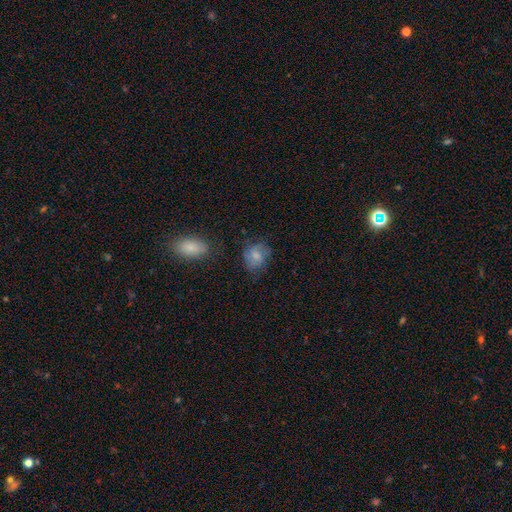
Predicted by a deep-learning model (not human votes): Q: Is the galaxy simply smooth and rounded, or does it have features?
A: smooth — 64%.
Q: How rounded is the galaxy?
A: round — 55%.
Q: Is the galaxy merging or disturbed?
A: none — 62%.